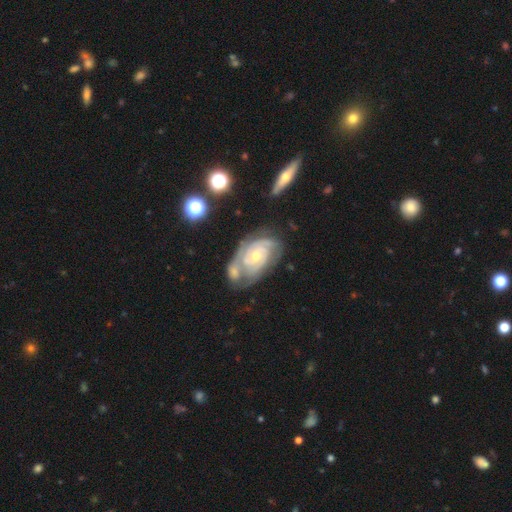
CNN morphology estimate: This appears to be a featured or disk galaxy (85%) with no bar (71%), 2 (32%) tight (69%) spiral arms (94%) and a small central bulge (51%). Merging: none (46%).